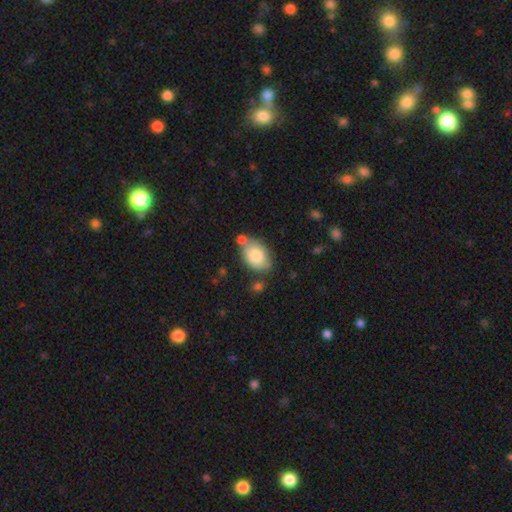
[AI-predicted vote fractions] This is clearly a smooth galaxy (81%). How rounded: clearly in between (85%). Merging: likely none (65%).